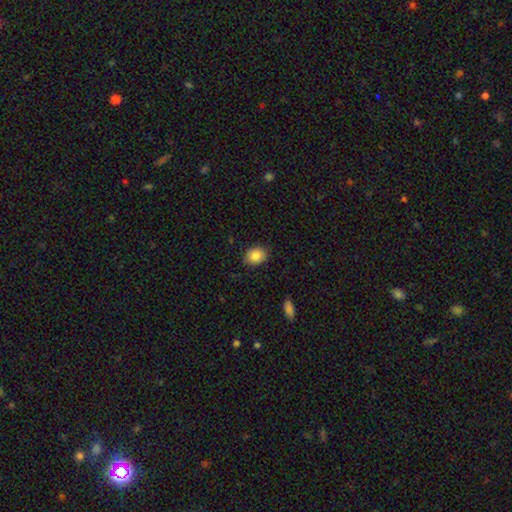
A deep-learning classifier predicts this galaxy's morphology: Q: Smooth or featured?
A: smooth (85%); runner-up: star or artifact (8%)
Q: How rounded?
A: in between (56%); runner-up: round (43%)
Q: Merging?
A: none (86%); runner-up: minor disturbance (11%)